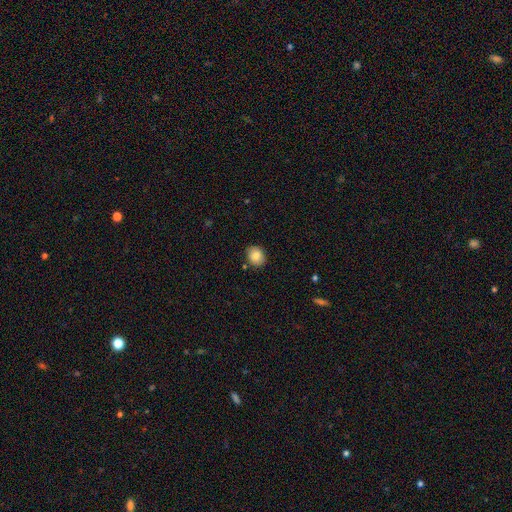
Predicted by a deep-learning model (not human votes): Smooth or featured? smooth (82%)
How rounded? round (57%)
Merging? none (86%)